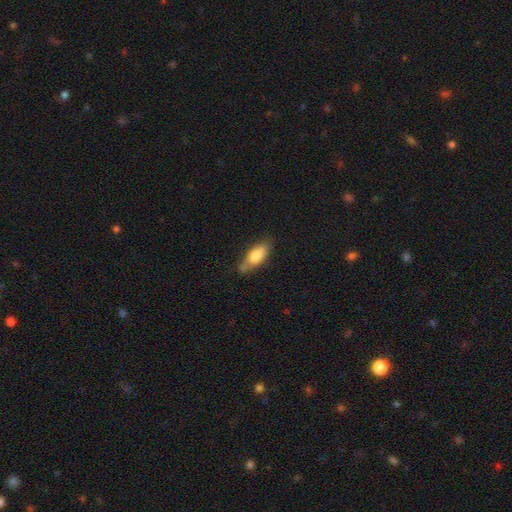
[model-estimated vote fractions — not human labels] Morphology: type=smooth (75%); roundness=in between (75%); merging=none (63%).